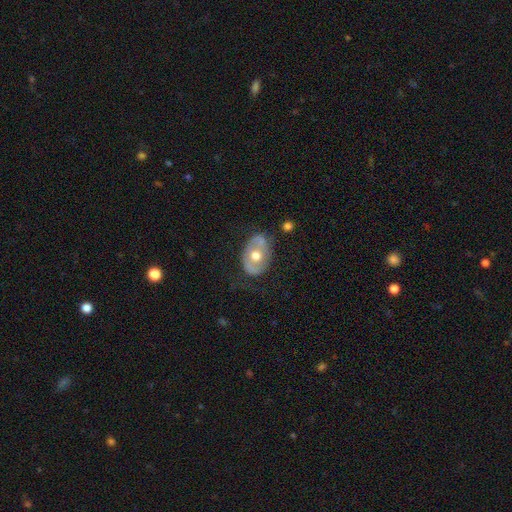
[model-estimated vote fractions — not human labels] A featured or disk galaxy (52%). Merging: none (60%).